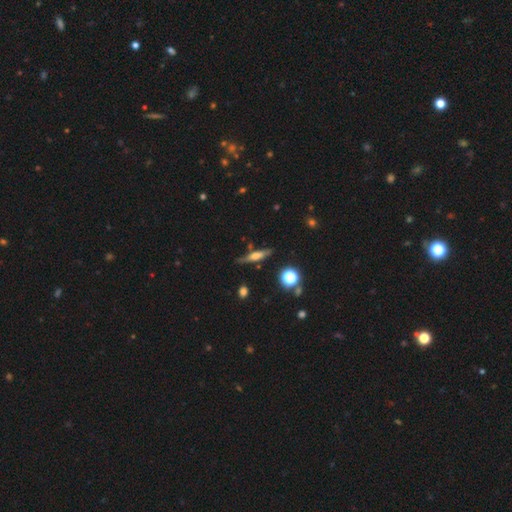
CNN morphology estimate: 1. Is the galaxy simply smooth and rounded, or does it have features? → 51% featured or disk, 38% smooth, 11% star or artifact.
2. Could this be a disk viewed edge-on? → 92% yes, 8% no.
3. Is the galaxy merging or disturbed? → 76% none, 16% minor disturbance, 4% major disturbance, 4% merger.